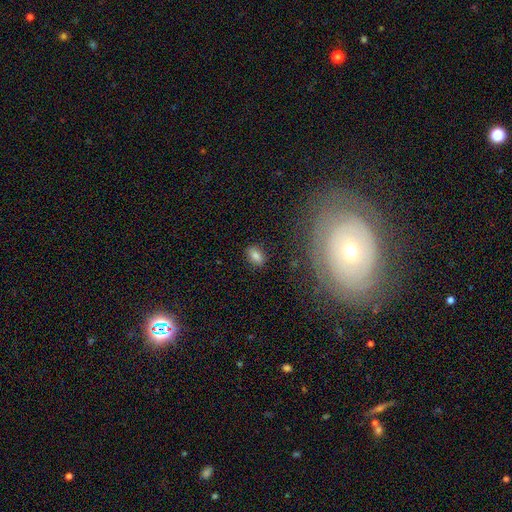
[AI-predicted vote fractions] This appears to be a smooth galaxy with no disk features (79%) that is in between round and cigar-shaped (84%). Merging: none (85%).